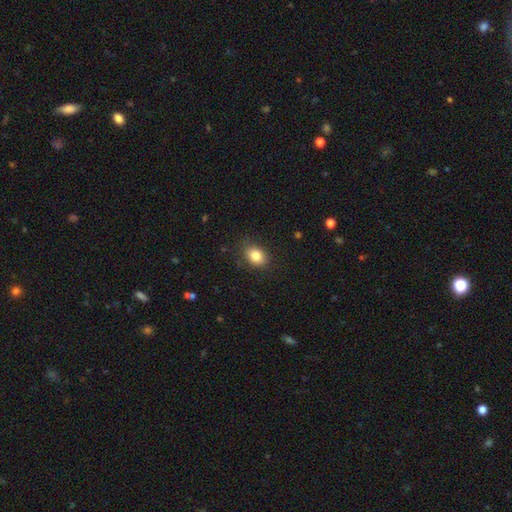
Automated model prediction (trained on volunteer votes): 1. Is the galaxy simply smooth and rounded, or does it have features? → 83% smooth, 10% star or artifact, 7% featured or disk.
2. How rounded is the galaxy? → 67% in between, 32% round, 1% cigar-shaped.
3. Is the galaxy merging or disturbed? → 83% none, 13% minor disturbance, 3% major disturbance, 1% merger.